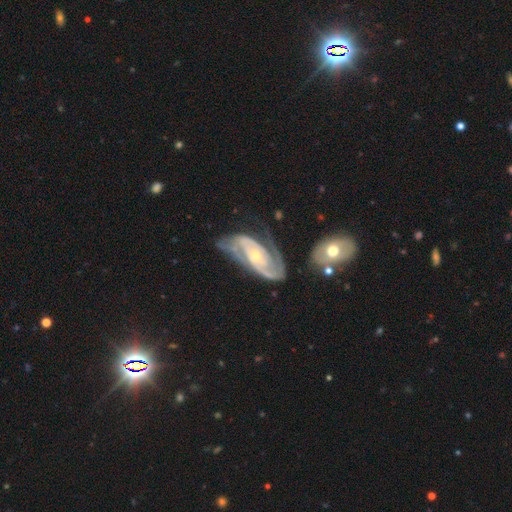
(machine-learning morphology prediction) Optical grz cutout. It shows a featured or disk galaxy (90%) with no bar (63%), 2 (71%) tight (48%) spiral arms (97%) and a small central bulge (69%). Merging: none (53%).